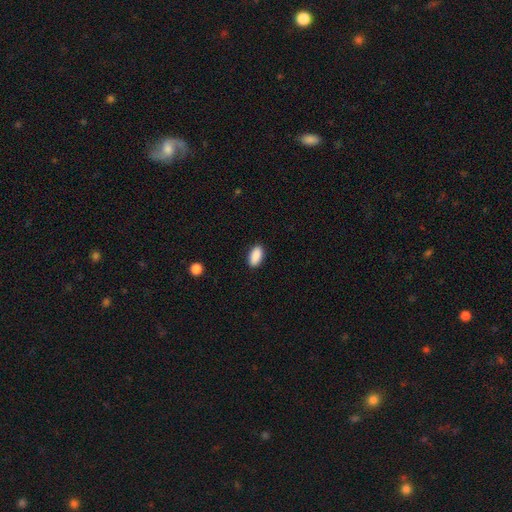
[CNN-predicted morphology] smooth 90%, star or artifact 7%, featured or disk 3%. Down the decision tree: how rounded — in between (92%); merging — none (89%).